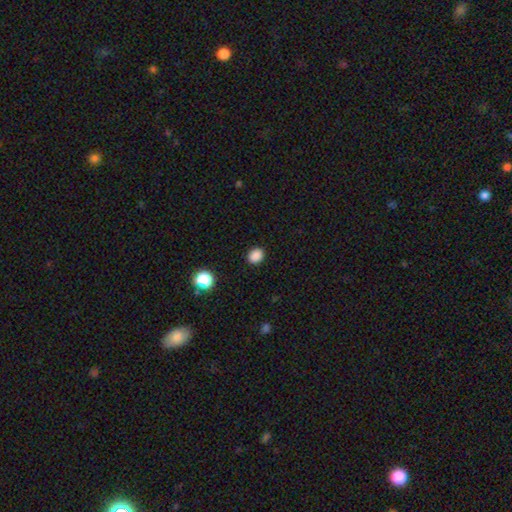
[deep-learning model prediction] Smooth or featured: smooth — 87% (star or artifact — 11%)
How rounded: round — 54% (in between — 45%)
Merging: none — 89% (minor disturbance — 7%)